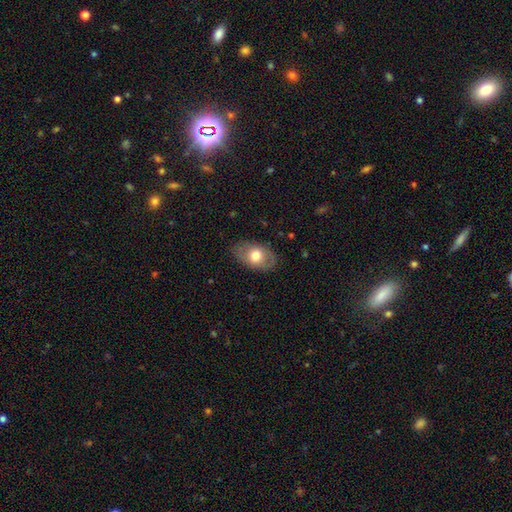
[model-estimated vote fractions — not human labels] smooth-or-featured: smooth: 67% | featured or disk: 27% | star or artifact: 7%
  how-rounded: in between: 88% | round: 11% | cigar-shaped: 1%
  merging: none: 80% | minor disturbance: 15% | major disturbance: 4% | merger: 1%